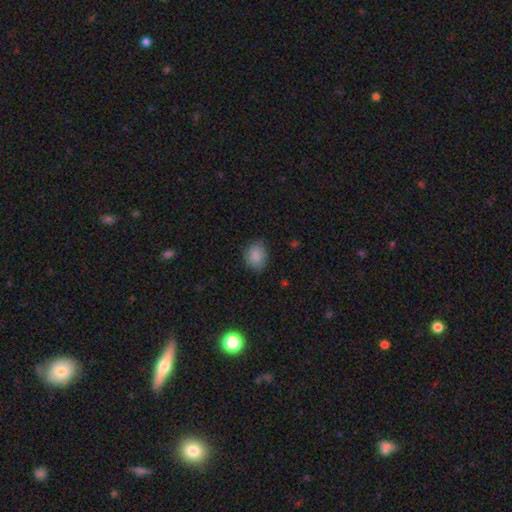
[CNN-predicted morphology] Overall: smooth (87%). How rounded: round (53%; in between 46%). Merging: none (81%).